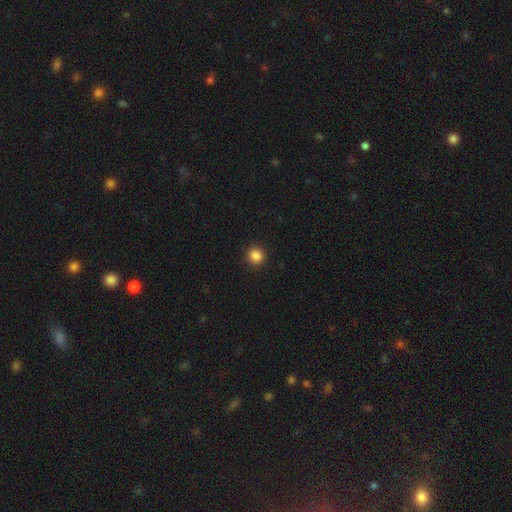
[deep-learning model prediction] A smooth galaxy with no disk features (86%) that is round (85%).

Vote fractions:
- Smooth or featured? smooth: 86% / star or artifact: 11% / featured or disk: 3%
- How rounded? round: 85% / in between: 14% / cigar-shaped: 1%
- Merging? none: 91% / minor disturbance: 6% / major disturbance: 2% / merger: 1%